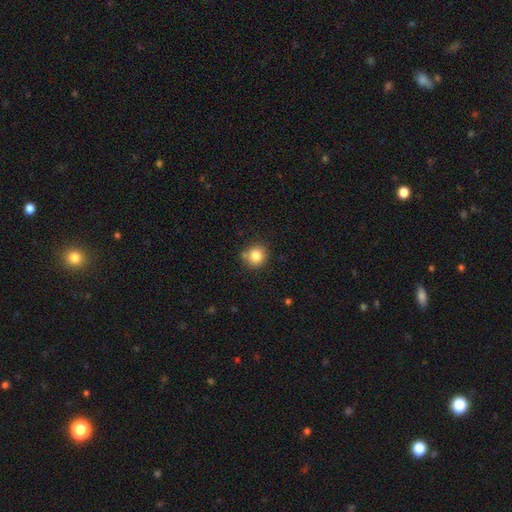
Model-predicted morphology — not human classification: smooth 83%, star or artifact 11%, featured or disk 6%. Down the decision tree: how rounded — round (90%); merging — none (79%).